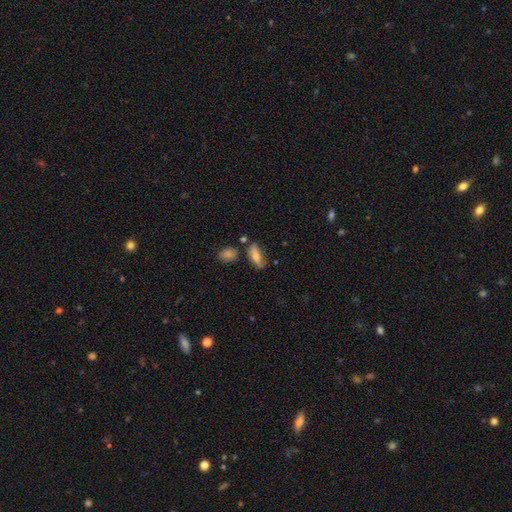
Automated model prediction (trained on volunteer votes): smooth-or-featured: smooth: 68% | featured or disk: 24% | star or artifact: 8%
  how-rounded: in between: 82% | cigar-shaped: 14% | round: 4%
  merging: none: 64% | minor disturbance: 22% | merger: 9% | major disturbance: 5%